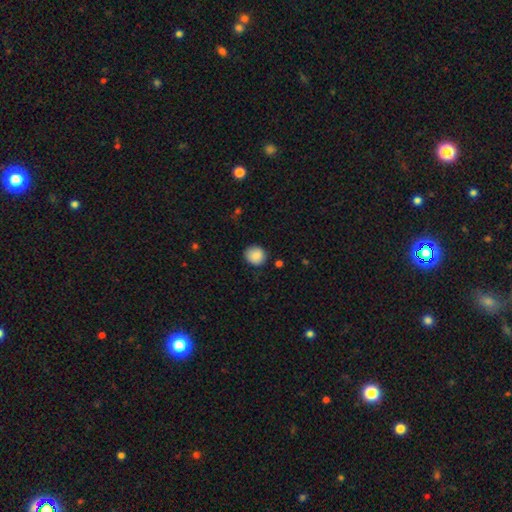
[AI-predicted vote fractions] smooth_or_featured: smooth (p=0.88) [alt: star or artifact p=0.08]
how_rounded: round (p=0.88) [alt: in between p=0.11]
merging: none (p=0.86) [alt: minor disturbance p=0.10]